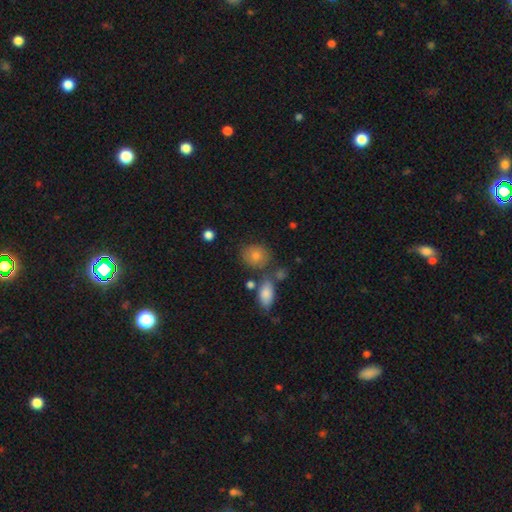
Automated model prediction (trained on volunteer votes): Morphology: type=smooth (77%); roundness=round (64%); merging=none (68%).